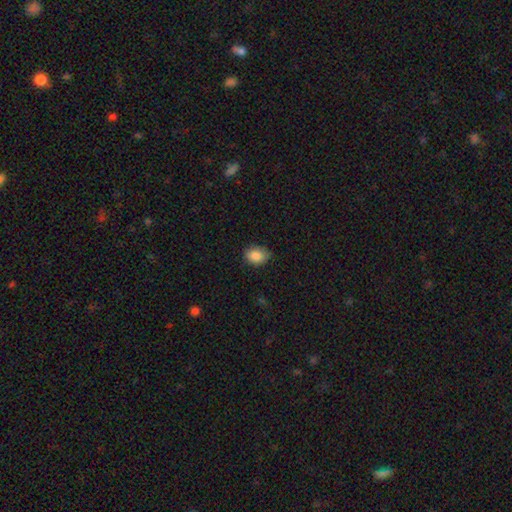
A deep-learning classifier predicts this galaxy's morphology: A smooth galaxy with no disk features (86%) that is in between round and cigar-shaped (70%). Merging: none (75%).